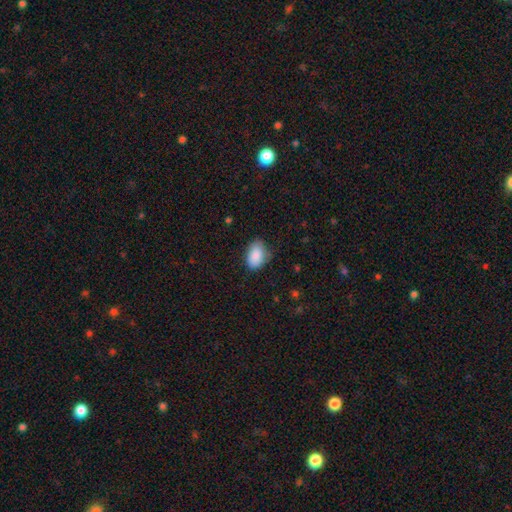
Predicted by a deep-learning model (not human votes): Q: Smooth or featured?
A: smooth (87%); runner-up: star or artifact (7%)
Q: How rounded?
A: in between (86%); runner-up: round (12%)
Q: Merging?
A: none (67%); runner-up: minor disturbance (26%)